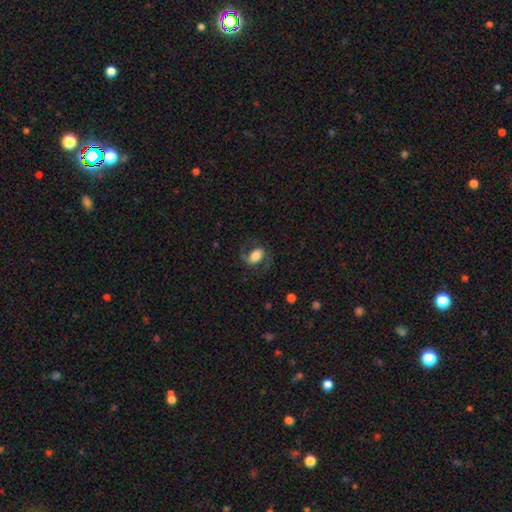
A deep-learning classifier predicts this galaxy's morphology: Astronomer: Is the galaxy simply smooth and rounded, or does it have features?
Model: featured or disk — 52% (runner-up: smooth, 40%).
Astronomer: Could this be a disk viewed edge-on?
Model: no — 95%.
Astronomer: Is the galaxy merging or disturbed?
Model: none — 65%.